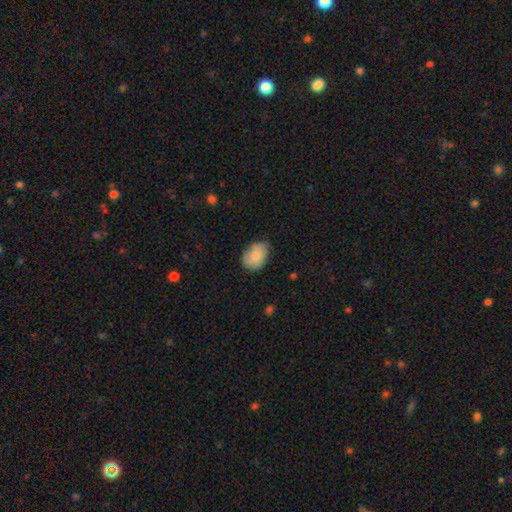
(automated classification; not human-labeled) Smooth or featured: smooth — 83% (featured or disk — 11%)
How rounded: in between — 77% (round — 22%)
Merging: none — 61% (minor disturbance — 32%)